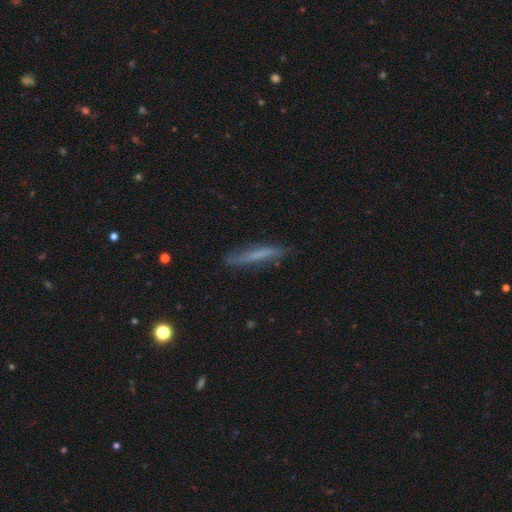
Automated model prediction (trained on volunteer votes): This appears to be a smooth galaxy with no disk features (46%). Merging: none (78%).